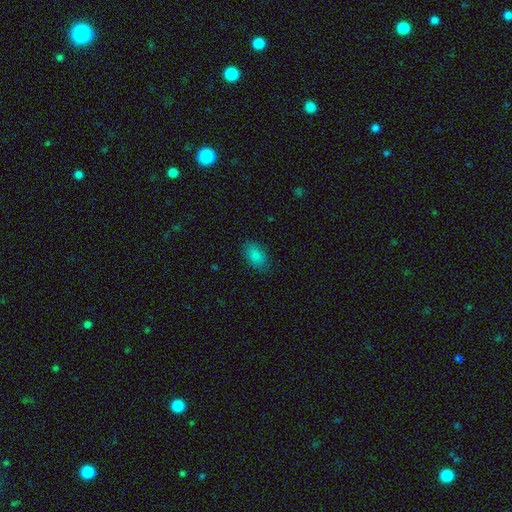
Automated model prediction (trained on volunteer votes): The model was most divided on "merging": none: 84%, minor disturbance: 12%, major disturbance: 3%, merger: 1%. More confident: how rounded — in between (90%); smooth or featured — smooth (84%).